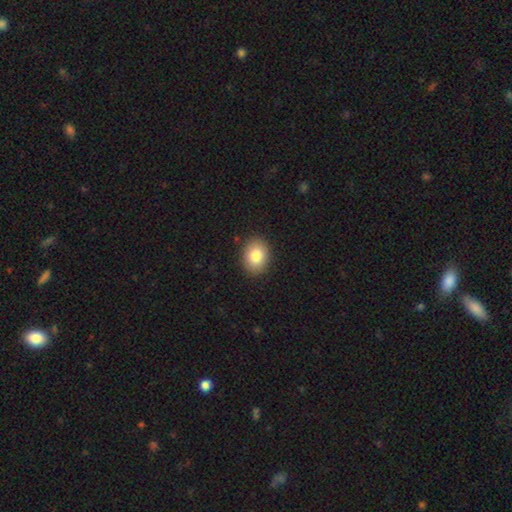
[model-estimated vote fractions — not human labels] smooth 83%, featured or disk 8%, star or artifact 8%. Down the decision tree: how rounded — in between (62%); merging — none (89%).